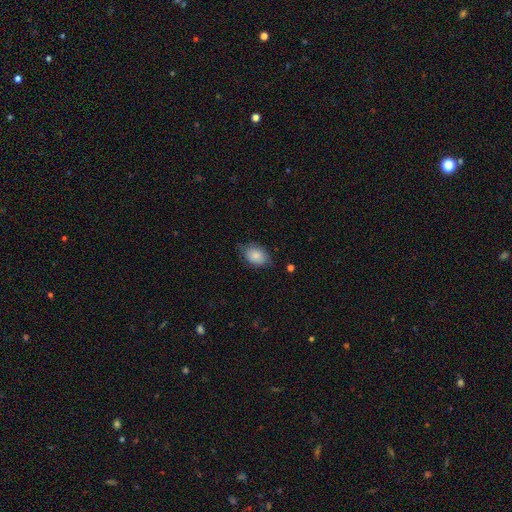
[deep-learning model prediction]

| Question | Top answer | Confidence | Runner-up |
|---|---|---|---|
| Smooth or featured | smooth | 84% | featured or disk (9%) |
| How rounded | in between | 81% | round (17%) |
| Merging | none | 67% | minor disturbance (26%) |